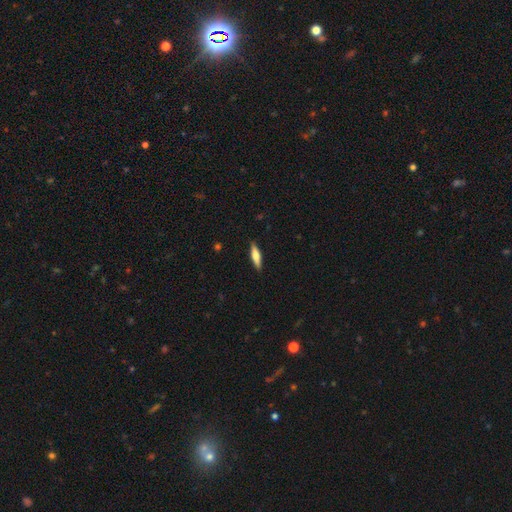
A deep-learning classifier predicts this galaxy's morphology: Q: Smooth or featured?
A: smooth (62%); runner-up: featured or disk (32%)
Q: How rounded?
A: cigar-shaped (72%); runner-up: in between (26%)
Q: Merging?
A: none (89%); runner-up: minor disturbance (8%)